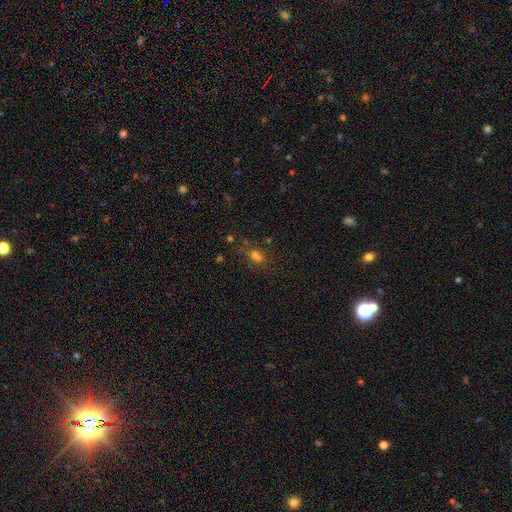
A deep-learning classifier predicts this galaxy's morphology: smooth-or-featured: smooth: 59% | star or artifact: 28% | featured or disk: 12%
  how-rounded: in between: 58% | round: 35% | cigar-shaped: 7%
  merging: none: 60% | minor disturbance: 16% | merger: 15% | major disturbance: 8%